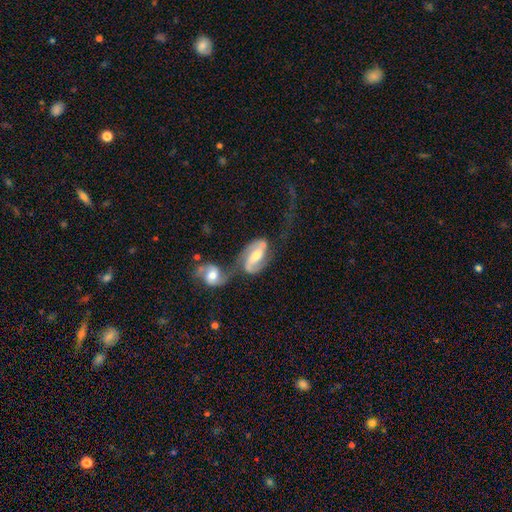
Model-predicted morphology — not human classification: smooth-or-featured: featured or disk: 83% | smooth: 12% | star or artifact: 5%
  disk-edge-on: no: 95% | yes: 5%
    bar: strong: 47% | weak: 36% | no: 16%
    has-spiral-arms: yes: 94% | no: 6%
      spiral-winding: medium: 47% | loose: 35% | tight: 17%
      spiral-arm-count: 2: 89% | can't tell: 5% | 1: 4% | 3: 1% | 4: 1% | more than 4: 1%
    bulge-size: moderate: 62% | small: 25% | large: 9% | none: 3% | dominant: 1%
  merging: merger: 56% | none: 25% | minor disturbance: 10% | major disturbance: 9%